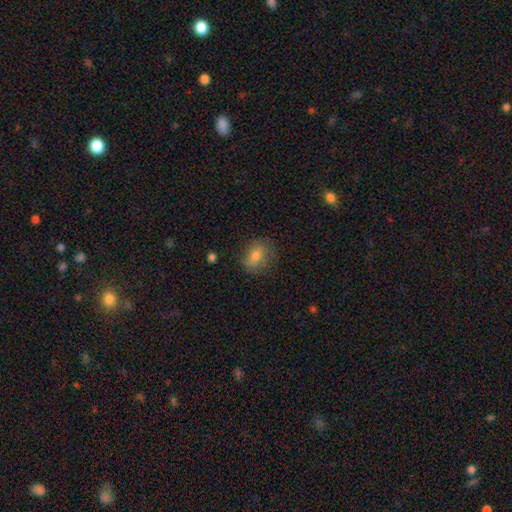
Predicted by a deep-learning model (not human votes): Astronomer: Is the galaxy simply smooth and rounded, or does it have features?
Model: smooth — 73%.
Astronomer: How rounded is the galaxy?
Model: in between — 56% (runner-up: round, 42%).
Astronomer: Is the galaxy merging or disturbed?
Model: none — 76%.